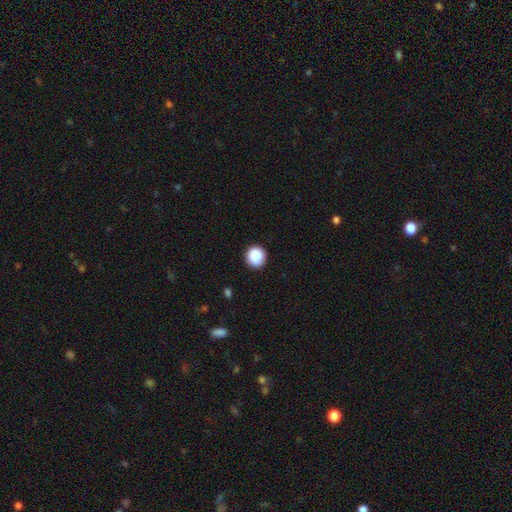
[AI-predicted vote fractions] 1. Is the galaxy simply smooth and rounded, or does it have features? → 88% smooth, 9% star or artifact, 3% featured or disk.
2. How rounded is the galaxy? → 92% round, 7% in between, 1% cigar-shaped.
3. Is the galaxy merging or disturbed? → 90% none, 7% minor disturbance, 2% major disturbance, 1% merger.